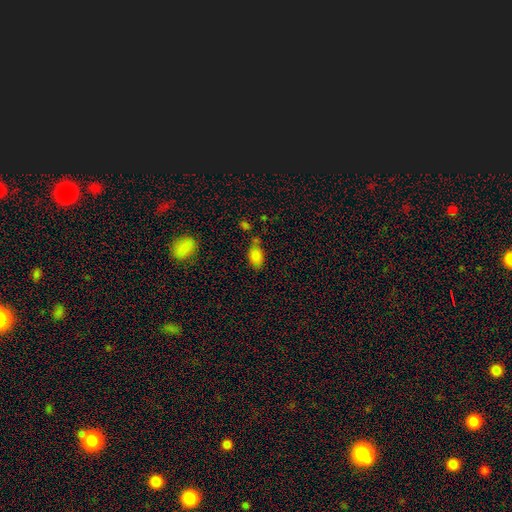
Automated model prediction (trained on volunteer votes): This appears to be a smooth galaxy with no disk features (83%) that is in between round and cigar-shaped (88%). Merging: none (53%).